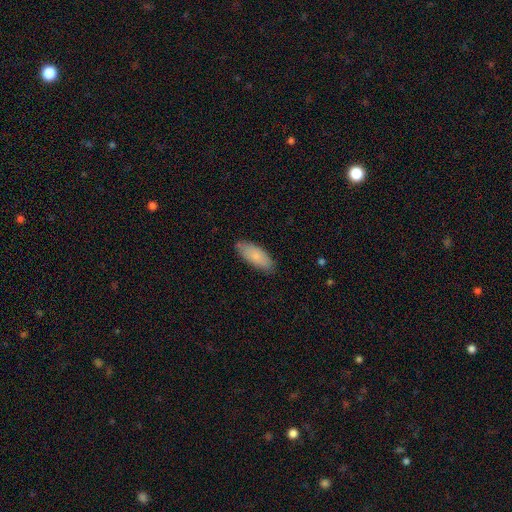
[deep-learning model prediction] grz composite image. It shows a smooth galaxy with no disk features (81%) that is in between round and cigar-shaped (79%). Merging: none (83%).